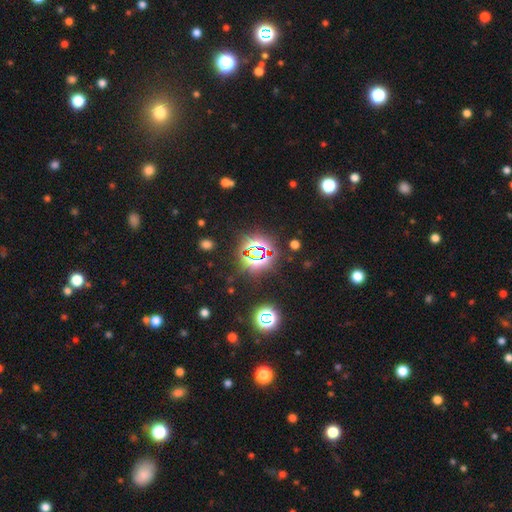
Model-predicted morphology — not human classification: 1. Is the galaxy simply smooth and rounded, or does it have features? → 79% star or artifact, 12% smooth, 8% featured or disk.